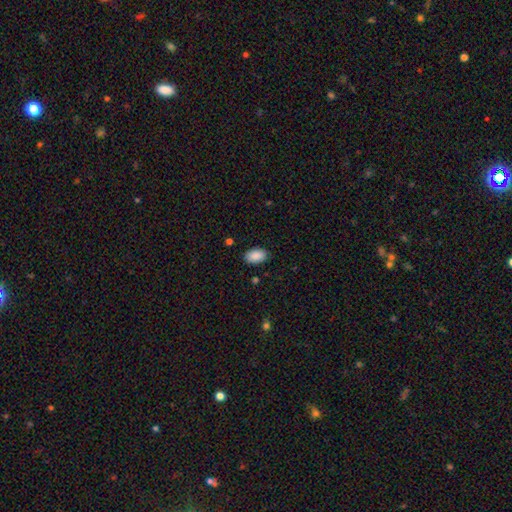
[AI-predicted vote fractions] This appears to be a smooth galaxy with no disk features (90%) that is in between round and cigar-shaped (93%). Merging: none (87%).